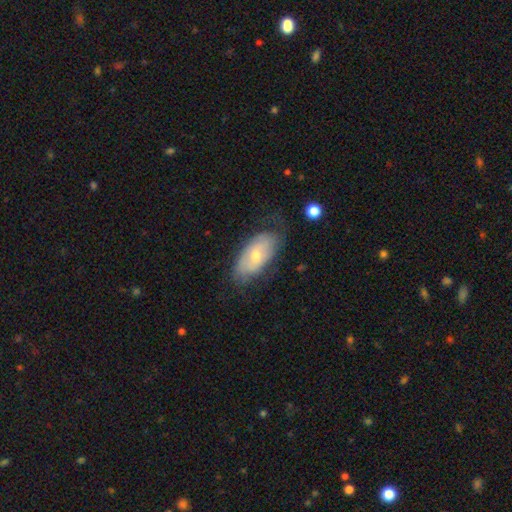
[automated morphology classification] Q: Smooth or featured?
A: smooth (50%); runner-up: featured or disk (43%)
Q: How rounded?
A: in between (91%); runner-up: cigar-shaped (5%)
Q: Merging?
A: none (60%); runner-up: minor disturbance (27%)